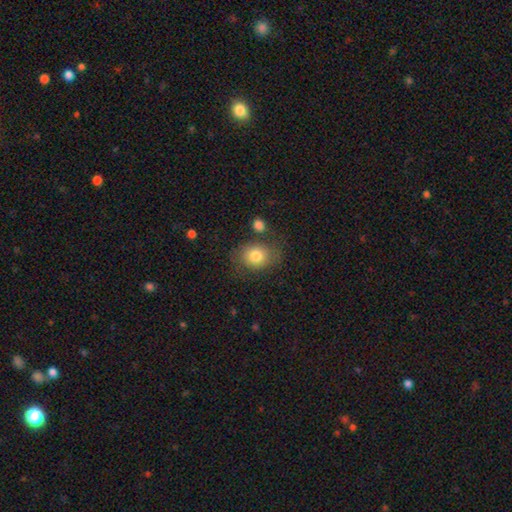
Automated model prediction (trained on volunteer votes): A smooth galaxy with no disk features (79%) that is round (54%). Merging: none (68%).